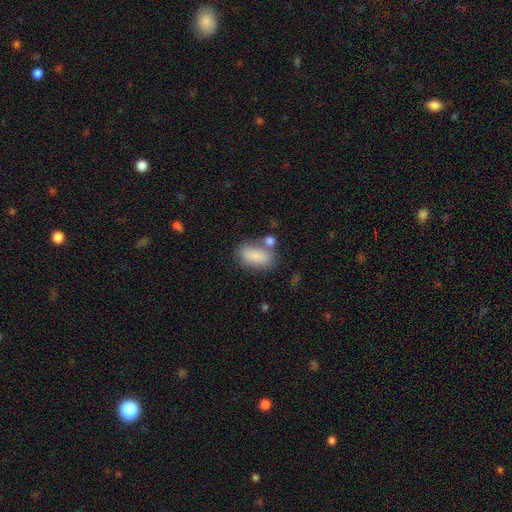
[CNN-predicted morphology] Smooth or featured? Predicted: smooth (p=0.83). How rounded? Predicted: in between (p=0.89). Merging? Predicted: none (p=0.58).